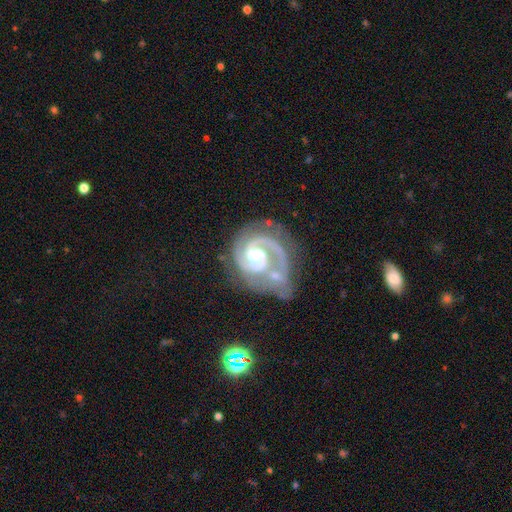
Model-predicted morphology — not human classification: Smooth or featured? featured or disk (92%)
Edge-on disk? no (98%)
Bar? no (49%)
Spiral arms? yes (98%)
Spiral winding? tight (56%)
Spiral arm count? 2 (75%)
Bulge size? moderate (68%)
Merging? none (38%)